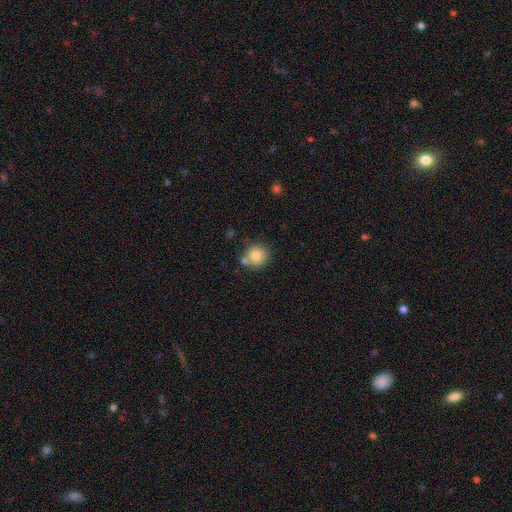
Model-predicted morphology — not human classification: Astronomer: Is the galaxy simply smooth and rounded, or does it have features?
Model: smooth — 80%.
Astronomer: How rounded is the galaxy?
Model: round — 91%.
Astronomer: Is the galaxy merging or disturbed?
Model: none — 70%.